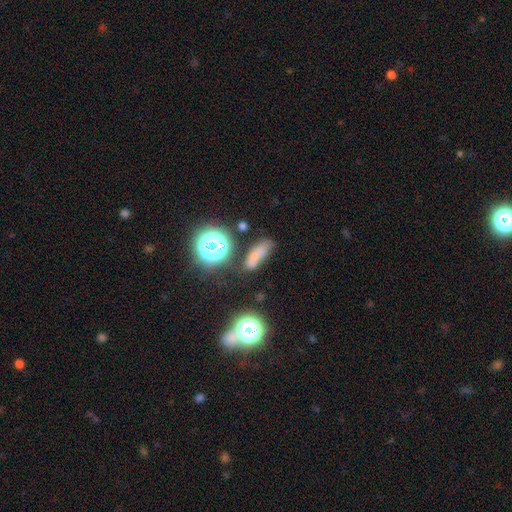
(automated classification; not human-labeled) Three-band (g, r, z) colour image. It shows a smooth galaxy with no disk features (64%) that is in between round and cigar-shaped (54%). Merging: none (57%).